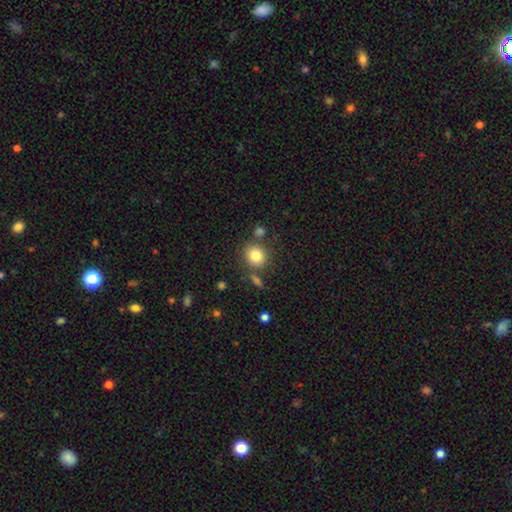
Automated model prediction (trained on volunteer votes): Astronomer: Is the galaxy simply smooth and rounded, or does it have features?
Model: smooth — 81%.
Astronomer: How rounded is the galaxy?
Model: round — 85%.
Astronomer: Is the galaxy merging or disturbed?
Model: none — 77%.